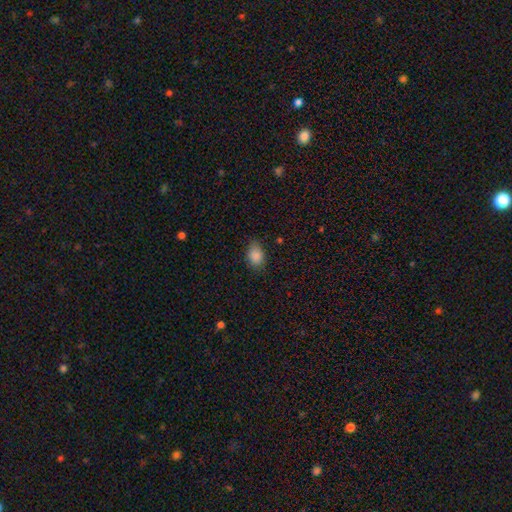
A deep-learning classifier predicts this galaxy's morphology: Smooth or featured? smooth (86%)
How rounded? in between (76%)
Merging? none (69%)